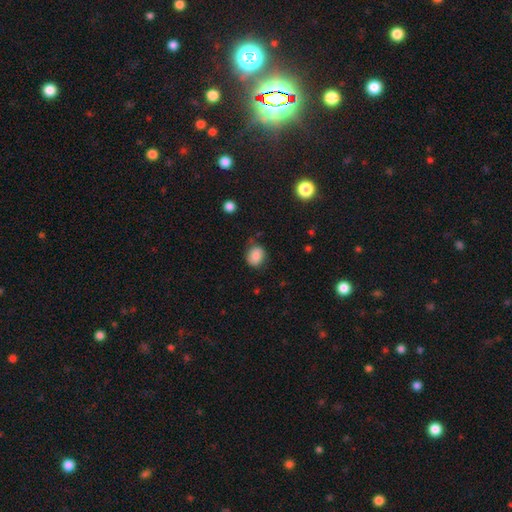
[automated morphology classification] Overall: smooth (83%). How rounded: round (56%; in between 43%). Merging: none (71%).